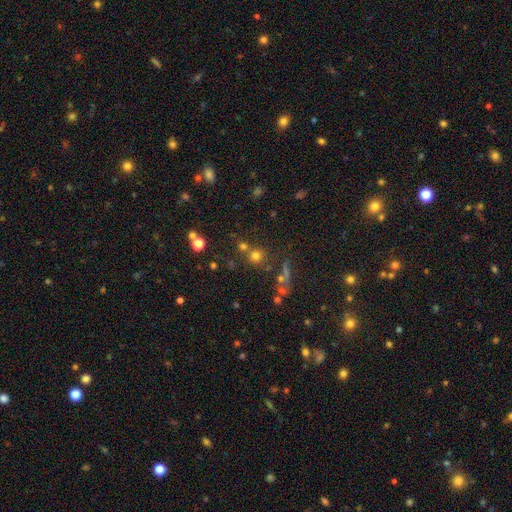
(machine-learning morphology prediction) smooth-or-featured: smooth: 68% | star or artifact: 22% | featured or disk: 10%
  how-rounded: round: 92% | in between: 7% | cigar-shaped: 1%
  merging: none: 68% | merger: 19% | minor disturbance: 8% | major disturbance: 4%